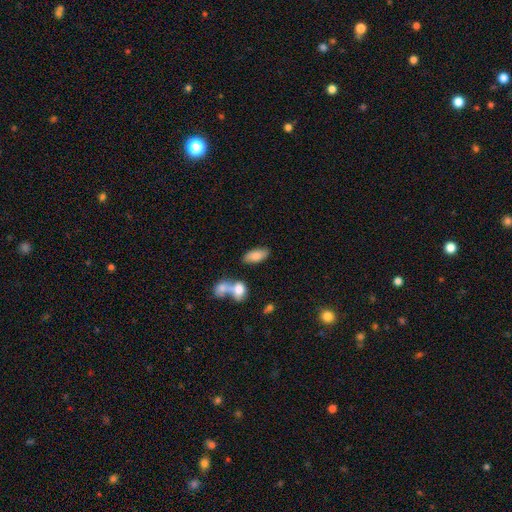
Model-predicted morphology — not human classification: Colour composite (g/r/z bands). It shows a smooth galaxy with no disk features (81%) that is in between round and cigar-shaped (89%). Merging: none (69%).